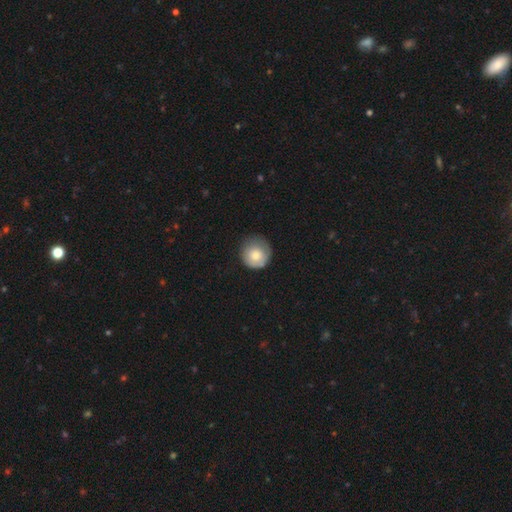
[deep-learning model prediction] A smooth galaxy with no disk features (76%) that is round (93%).

Vote fractions:
- Smooth or featured? smooth: 76% / featured or disk: 17% / star or artifact: 7%
- How rounded? round: 93% / in between: 6% / cigar-shaped: 1%
- Merging? none: 70% / minor disturbance: 23% / major disturbance: 6% / merger: 1%